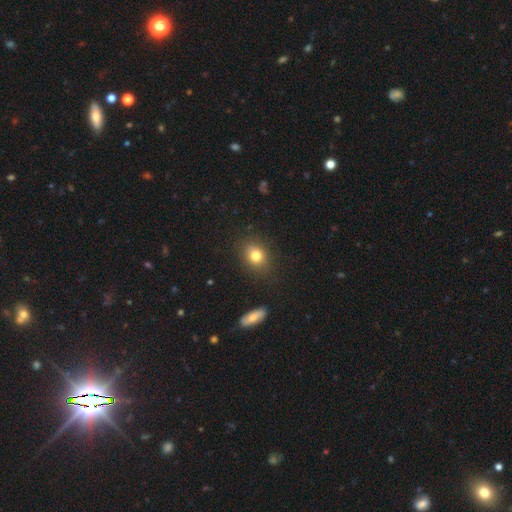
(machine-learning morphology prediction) type=smooth (81%); roundness=round (56%); merging=none (83%).